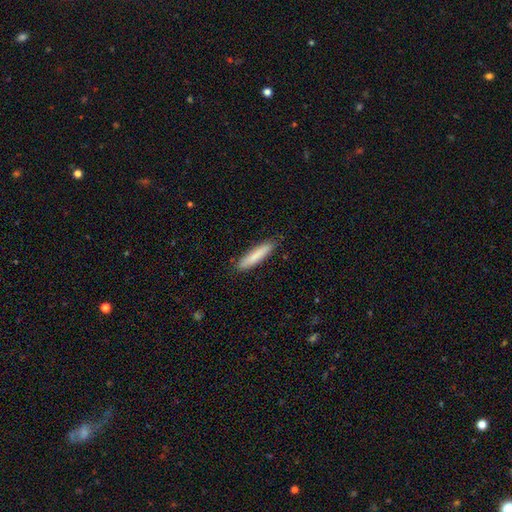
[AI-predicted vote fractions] Smooth or featured? smooth (83%)
How rounded? cigar-shaped (87%)
Merging? none (88%)